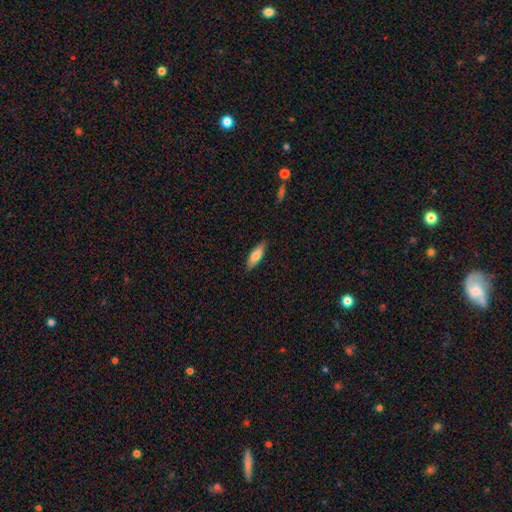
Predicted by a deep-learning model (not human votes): A smooth galaxy with no disk features (76%) that is in between round and cigar-shaped (54%).

Vote fractions:
- Smooth or featured? smooth: 76% / featured or disk: 18% / star or artifact: 6%
- How rounded? in between: 54% / cigar-shaped: 44% / round: 2%
- Merging? none: 87% / minor disturbance: 10% / major disturbance: 2% / merger: 1%